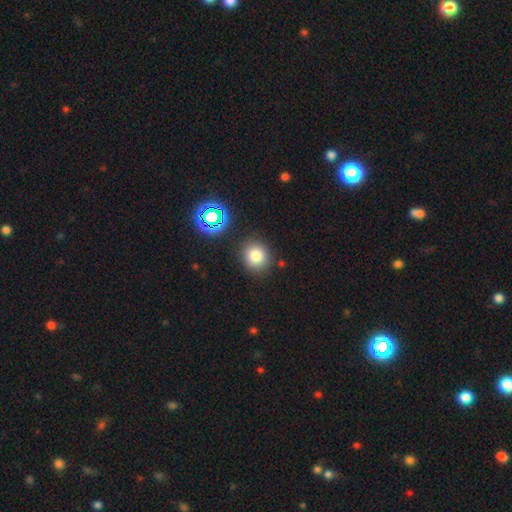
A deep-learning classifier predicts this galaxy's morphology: smooth 79%, star or artifact 14%, featured or disk 7%. Down the decision tree: how rounded — round (84%); merging — none (85%).